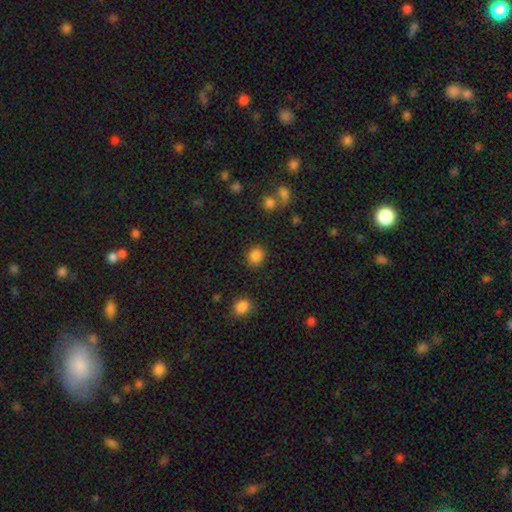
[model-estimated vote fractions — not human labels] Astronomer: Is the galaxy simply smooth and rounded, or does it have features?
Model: smooth — 85%.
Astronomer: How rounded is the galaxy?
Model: round — 59% (runner-up: in between, 40%).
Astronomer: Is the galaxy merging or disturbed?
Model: none — 85%.